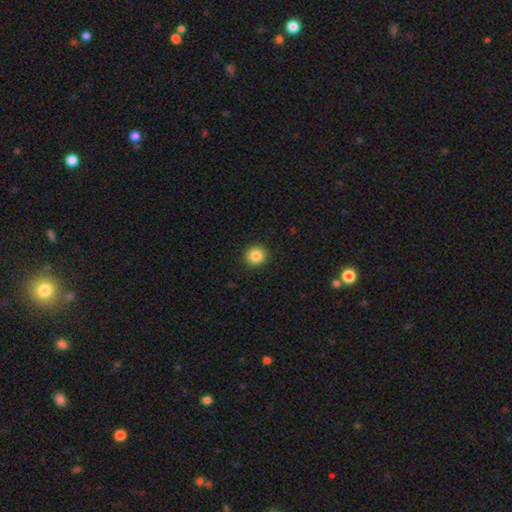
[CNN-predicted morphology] A smooth galaxy with no disk features (86%) that is round (92%). Merging: none (92%).